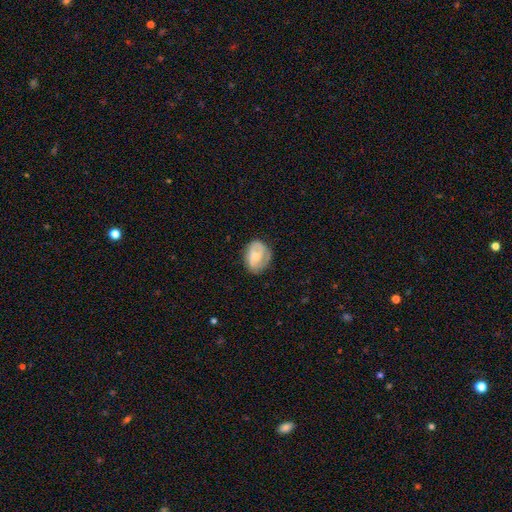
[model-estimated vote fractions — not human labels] smooth_or_featured: smooth (p=0.51) [alt: featured or disk p=0.42]
how_rounded: in between (p=0.62) [alt: round p=0.37]
merging: none (p=0.62) [alt: minor disturbance p=0.26]